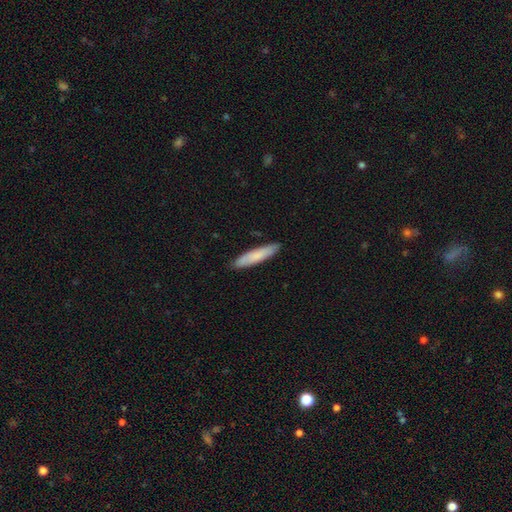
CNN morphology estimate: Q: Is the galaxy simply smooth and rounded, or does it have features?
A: smooth — 79%.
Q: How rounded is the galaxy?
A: cigar-shaped — 87%.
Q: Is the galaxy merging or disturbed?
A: none — 89%.